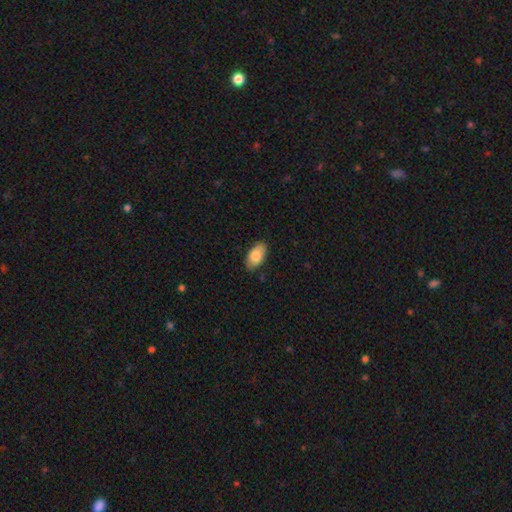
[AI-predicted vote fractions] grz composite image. It shows a smooth galaxy with no disk features (83%) that is in between round and cigar-shaped (94%). Merging: none (85%).